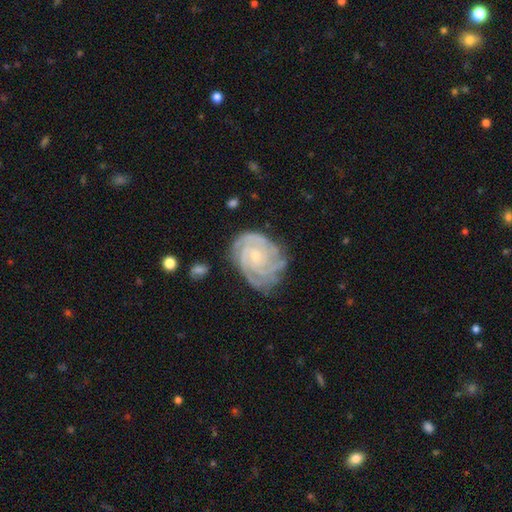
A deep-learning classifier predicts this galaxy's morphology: Overall: featured or disk (87%). Edge-on disk: no (98%). Bar: no (72%). Spiral arms: yes (98%). Spiral arm count: 3 (30%; 4 23%). Spiral winding: tight (77%). Bulge size: small (72%). Merging: none (70%).